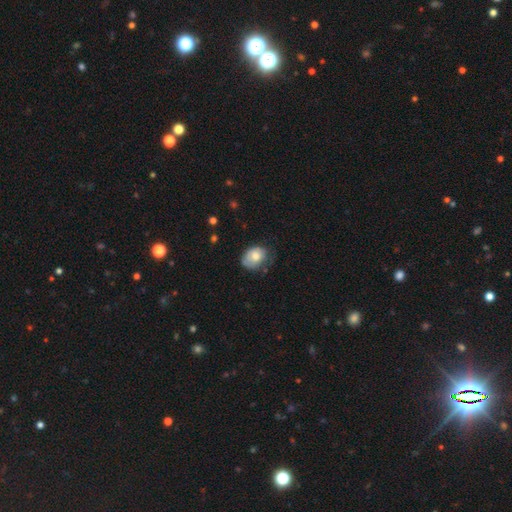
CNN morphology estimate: smooth-or-featured: smooth: 68% | featured or disk: 25% | star or artifact: 7%
  how-rounded: in between: 64% | round: 35% | cigar-shaped: 1%
  merging: none: 46% | minor disturbance: 36% | major disturbance: 15% | merger: 2%